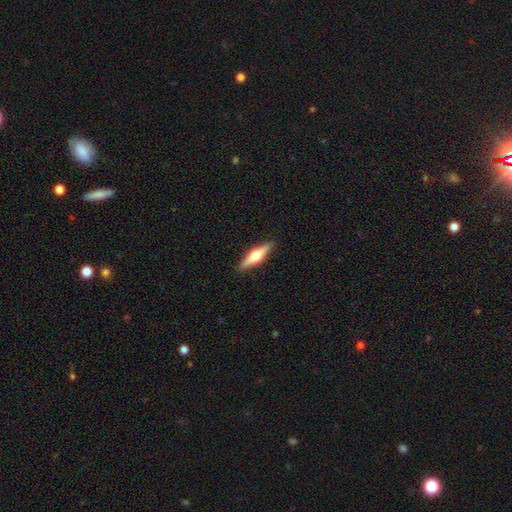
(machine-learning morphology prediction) A featured or disk galaxy (56%) viewed edge-on (96%) with a rounded central bulge (94%).

Vote fractions:
- Smooth or featured? featured or disk: 56% / smooth: 38% / star or artifact: 5%
- Edge-on disk? yes: 96% / no: 4%
- Edge-on bulge? rounded: 94% / boxy: 4% / none: 2%
- Merging? none: 90% / minor disturbance: 7% / major disturbance: 2% / merger: 1%